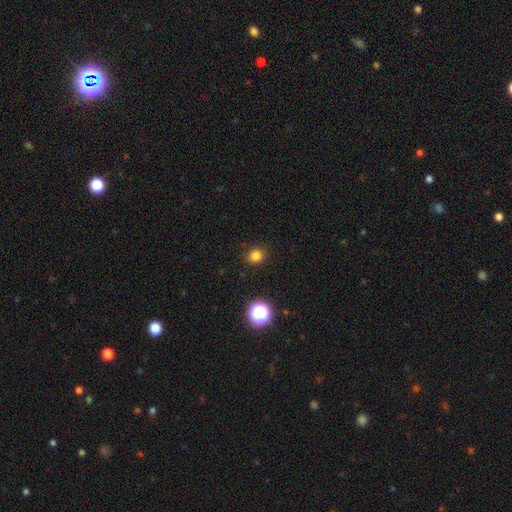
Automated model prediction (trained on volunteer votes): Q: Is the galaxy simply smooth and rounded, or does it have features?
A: smooth — 81%.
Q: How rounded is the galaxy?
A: round — 81%.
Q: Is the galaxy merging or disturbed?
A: none — 90%.